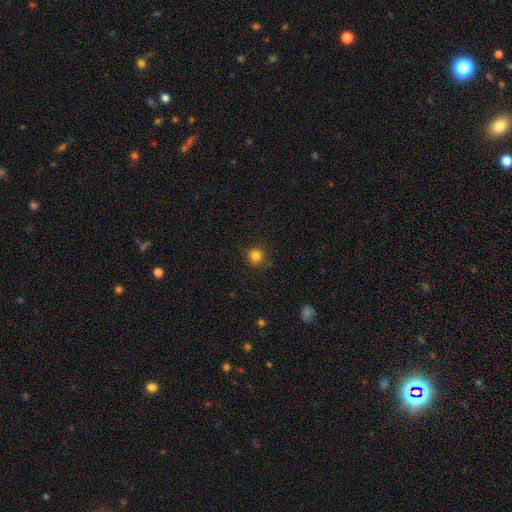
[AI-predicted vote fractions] Smooth or featured? Predicted: smooth (p=0.82). How rounded? Predicted: round (p=0.94). Merging? Predicted: none (p=0.87).